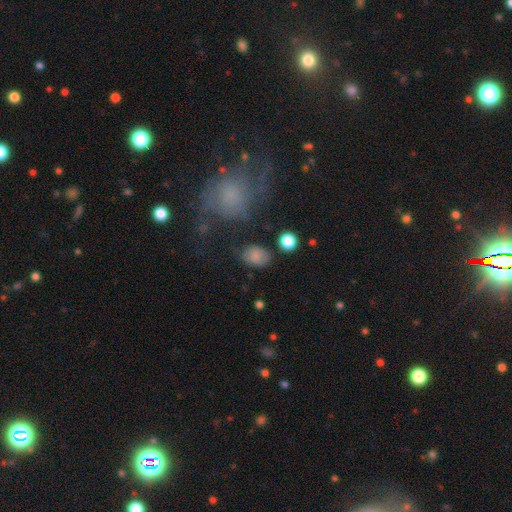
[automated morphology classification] Overall: smooth (82%). How rounded: in between (68%; round 31%). Merging: none (74%).